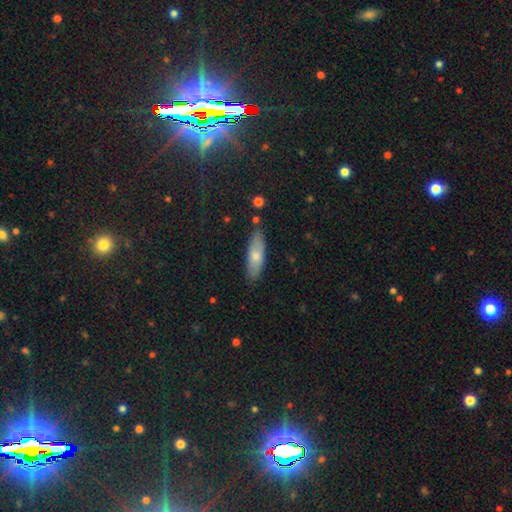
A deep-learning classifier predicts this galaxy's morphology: smooth_or_featured: smooth (p=0.71) [alt: featured or disk p=0.23]
how_rounded: in between (p=0.54) [alt: cigar-shaped p=0.44]
merging: none (p=0.83) [alt: minor disturbance p=0.13]